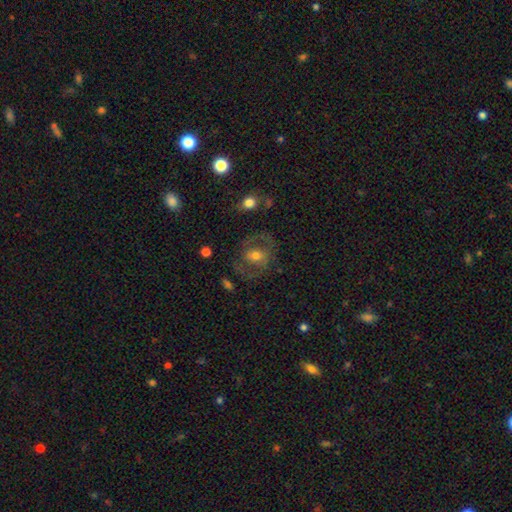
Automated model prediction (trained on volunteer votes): Smooth or featured? Predicted: featured or disk (p=0.52). Edge-on disk? Predicted: no (p=0.95). Merging? Predicted: none (p=0.66).